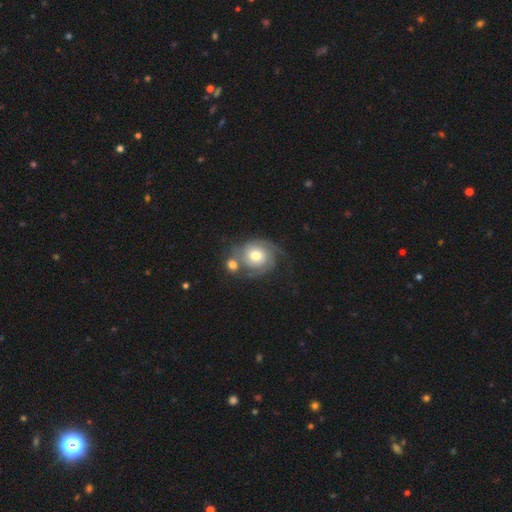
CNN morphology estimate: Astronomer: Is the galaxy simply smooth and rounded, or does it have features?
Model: featured or disk — 72%.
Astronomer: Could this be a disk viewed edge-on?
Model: no — 97%.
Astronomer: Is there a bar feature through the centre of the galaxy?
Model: no — 75%.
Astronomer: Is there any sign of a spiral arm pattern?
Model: yes — 92%.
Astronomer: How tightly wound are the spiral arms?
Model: tight — 58%.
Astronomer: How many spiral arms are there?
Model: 2 — 54%.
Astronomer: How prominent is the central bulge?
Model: moderate — 67%.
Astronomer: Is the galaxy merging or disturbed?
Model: none — 44% (runner-up: merger, 27%).